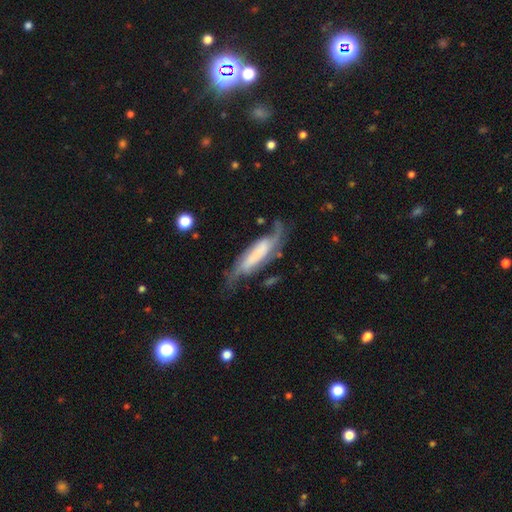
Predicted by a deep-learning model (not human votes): featured or disk 73%, smooth 21%, star or artifact 6%. Down the decision tree: edge-on disk — no (80%); bar — no (46%); spiral arms — yes (93%); spiral arm count — 2 (77%); spiral winding — loose (40%, tied with medium); bulge size — none (40%); merging — none (56%).